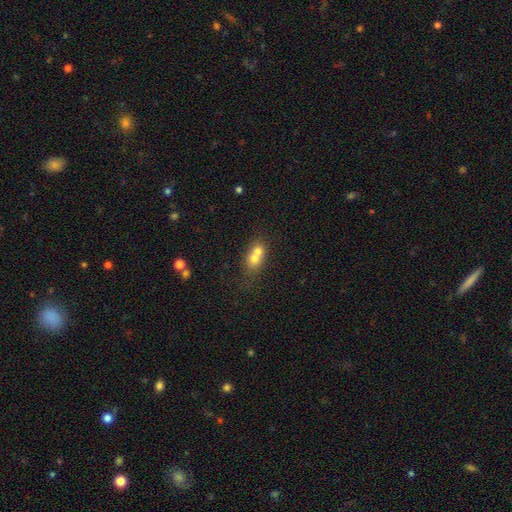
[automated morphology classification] This appears to be a smooth galaxy with no disk features (67%) that is in between round and cigar-shaped (50%). Merging: merger (66%).